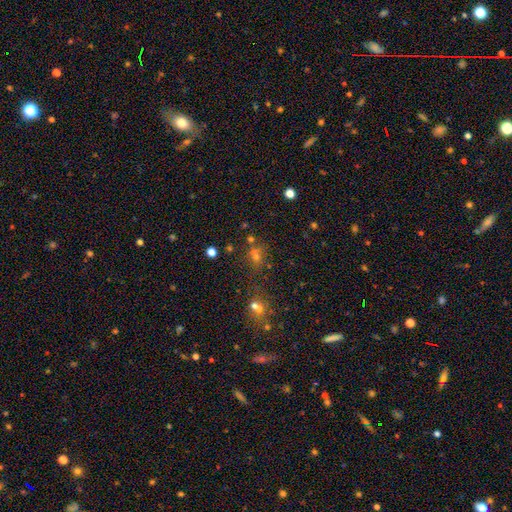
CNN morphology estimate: A star or artifact, not a galaxy (45%).

Vote fractions:
- Smooth or featured? star or artifact: 45% / smooth: 44% / featured or disk: 11%